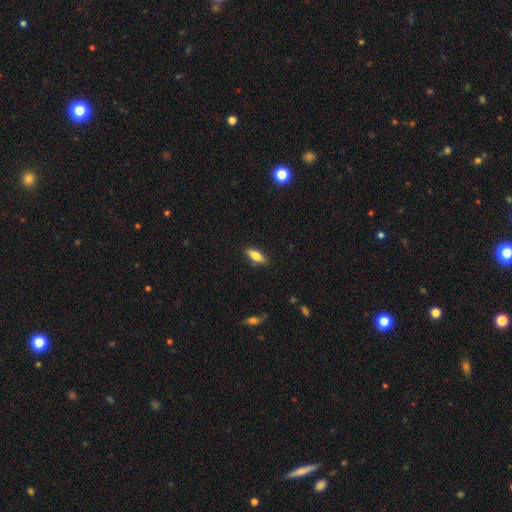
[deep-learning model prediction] Smooth or featured?
  - smooth: 74% *
  - featured or disk: 19%
  - star or artifact: 7%
How rounded?
  - in between: 69% *
  - cigar-shaped: 29%
  - round: 2%
Merging?
  - none: 87% *
  - minor disturbance: 10%
  - major disturbance: 2%
  - merger: 1%